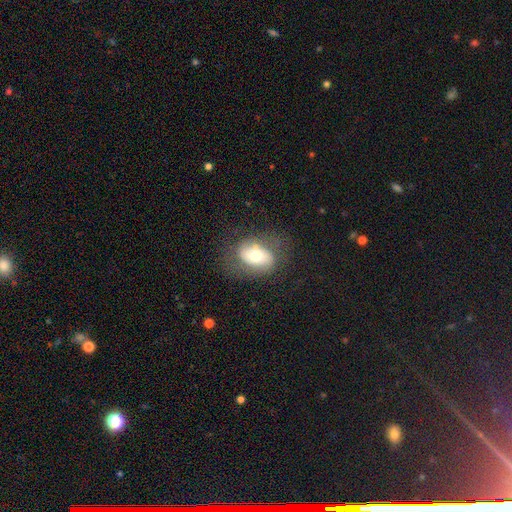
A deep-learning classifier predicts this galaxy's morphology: Smooth or featured? Predicted: smooth (p=0.53). How rounded? Predicted: in between (p=0.76). Merging? Predicted: none (p=0.62).